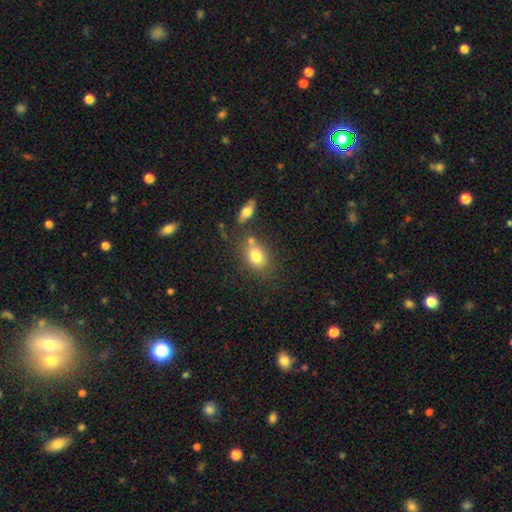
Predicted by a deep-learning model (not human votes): Morphology: type=smooth (79%); roundness=in between (70%); merging=none (60%).